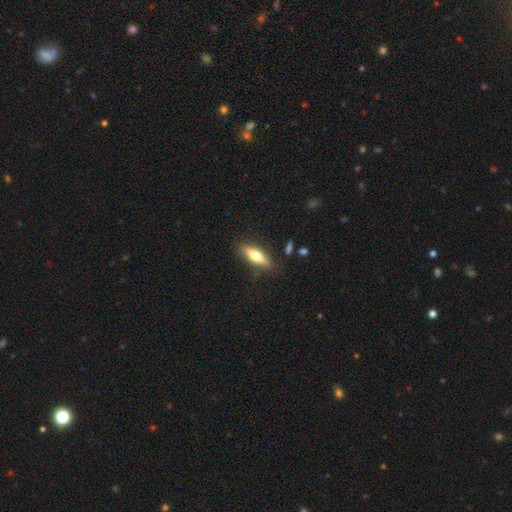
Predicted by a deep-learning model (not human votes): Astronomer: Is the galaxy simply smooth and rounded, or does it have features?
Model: smooth — 55% (runner-up: featured or disk, 38%).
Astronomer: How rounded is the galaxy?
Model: cigar-shaped — 54% (runner-up: in between, 43%).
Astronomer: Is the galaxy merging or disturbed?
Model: none — 85%.